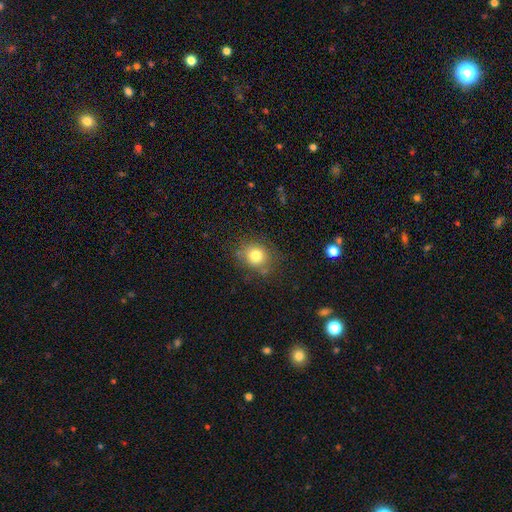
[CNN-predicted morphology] Smooth or featured: smooth — 79% (star or artifact — 12%)
How rounded: round — 74% (in between — 25%)
Merging: none — 76% (minor disturbance — 17%)